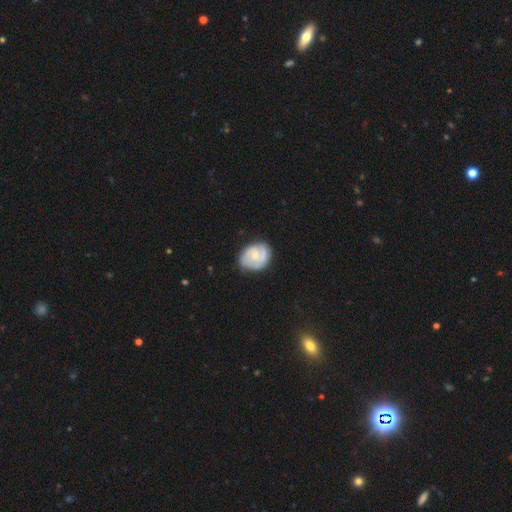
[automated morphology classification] This appears to be a featured or disk galaxy (67%) with no bar (66%), 2 (57%) tight (49%) spiral arms (88%) and a small central bulge (54%). Merging: none (70%).